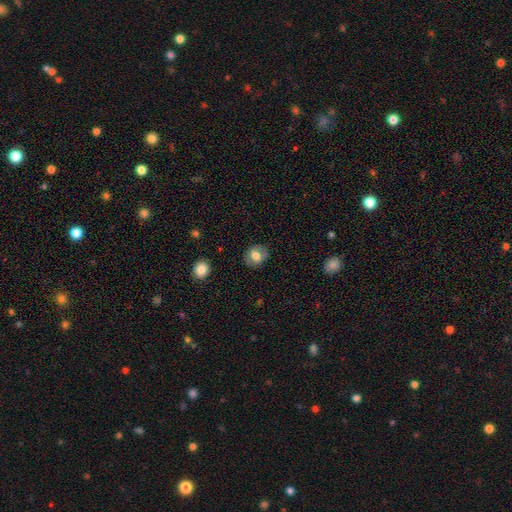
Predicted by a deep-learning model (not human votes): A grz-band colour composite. It shows a smooth galaxy with no disk features (70%) that is round (62%). Merging: none (83%).